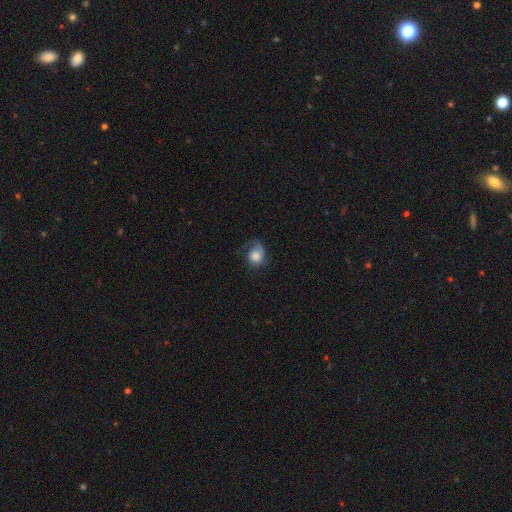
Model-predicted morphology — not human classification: smooth_or_featured: smooth (p=0.64) [alt: featured or disk p=0.27]
how_rounded: round (p=0.60) [alt: in between p=0.39]
merging: none (p=0.40) [alt: major disturbance p=0.30]